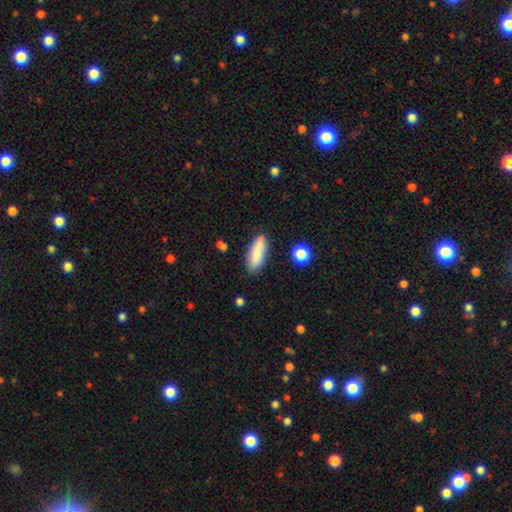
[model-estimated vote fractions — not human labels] smooth-or-featured: smooth: 83% | featured or disk: 10% | star or artifact: 7%
  how-rounded: in between: 63% | cigar-shaped: 35% | round: 2%
  merging: none: 79% | minor disturbance: 14% | merger: 4% | major disturbance: 3%